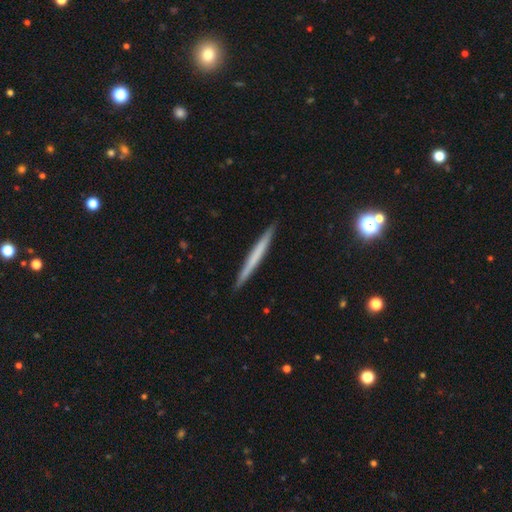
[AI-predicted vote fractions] Smooth or featured?
  - smooth: 54% *
  - featured or disk: 40%
  - star or artifact: 6%
How rounded?
  - cigar-shaped: 97% *
  - in between: 2%
  - round: 1%
Merging?
  - none: 92% *
  - minor disturbance: 6%
  - major disturbance: 1%
  - merger: 1%